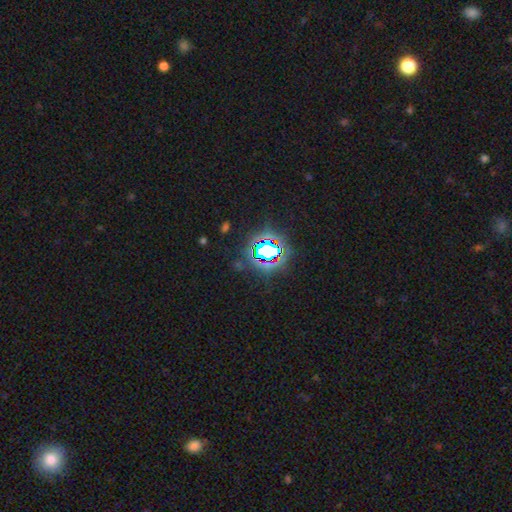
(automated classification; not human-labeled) Morphology: type=star or artifact (79%).